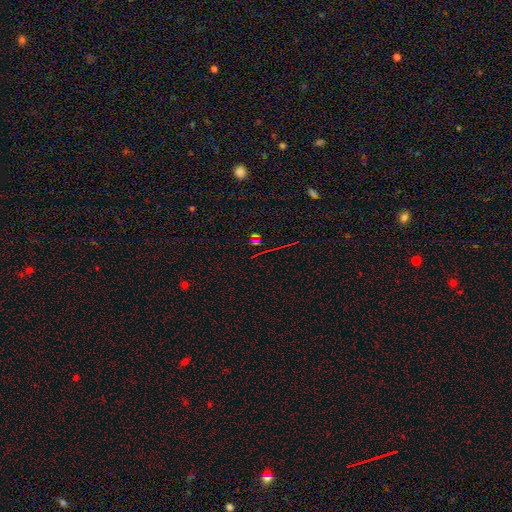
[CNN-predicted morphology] A star or artifact, not a galaxy (71%).

Vote fractions:
- Smooth or featured? star or artifact: 71% / smooth: 17% / featured or disk: 12%